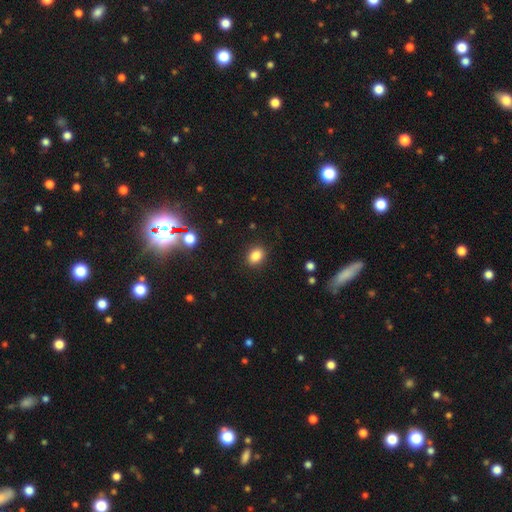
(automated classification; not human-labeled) Smooth or featured: smooth — 85% (star or artifact — 10%)
How rounded: in between — 65% (round — 34%)
Merging: none — 87% (minor disturbance — 9%)